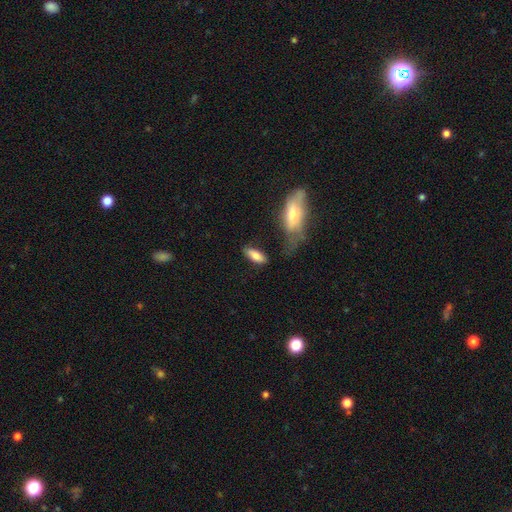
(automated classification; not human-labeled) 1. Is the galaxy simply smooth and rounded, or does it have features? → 81% smooth, 12% featured or disk, 6% star or artifact.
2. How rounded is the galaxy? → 77% in between, 21% cigar-shaped, 2% round.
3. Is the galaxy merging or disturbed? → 69% none, 18% minor disturbance, 7% merger, 6% major disturbance.